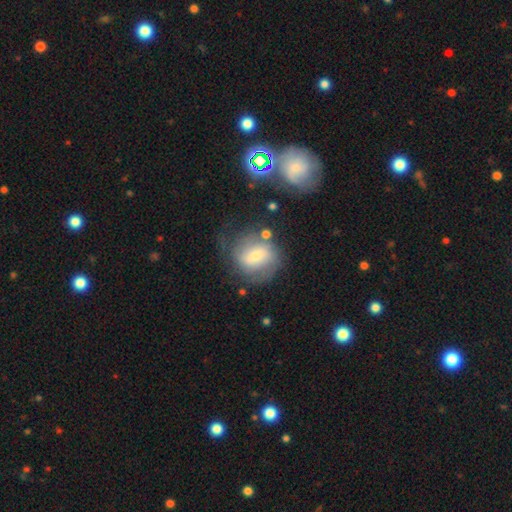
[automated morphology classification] Smooth or featured: featured or disk — 49% (smooth — 41%)
Merging: none — 56% (minor disturbance — 21%)